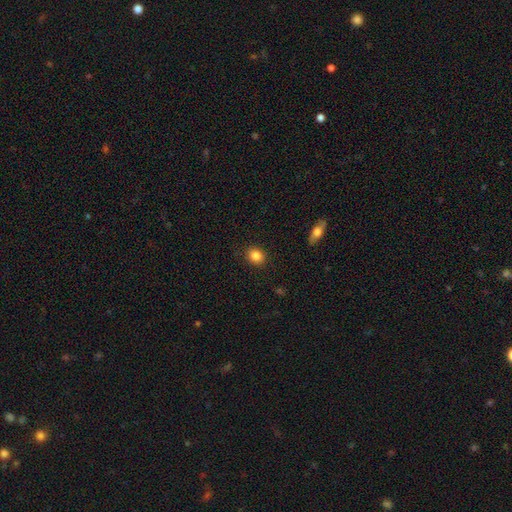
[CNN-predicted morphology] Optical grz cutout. It shows a smooth galaxy with no disk features (86%) that is round (66%). Merging: none (90%).